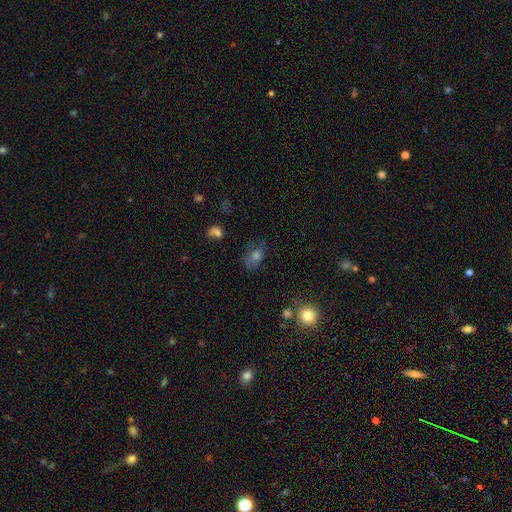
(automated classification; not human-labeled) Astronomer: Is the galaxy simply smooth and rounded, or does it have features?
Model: smooth — 63%.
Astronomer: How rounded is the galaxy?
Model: in between — 74%.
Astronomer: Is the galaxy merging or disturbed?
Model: none — 61%.